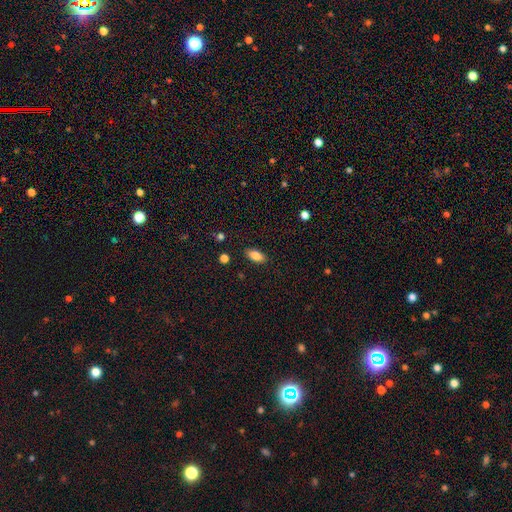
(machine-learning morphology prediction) smooth_or_featured: smooth (p=0.85) [alt: star or artifact p=0.08]
how_rounded: in between (p=0.89) [alt: cigar-shaped p=0.07]
merging: none (p=0.87) [alt: minor disturbance p=0.09]